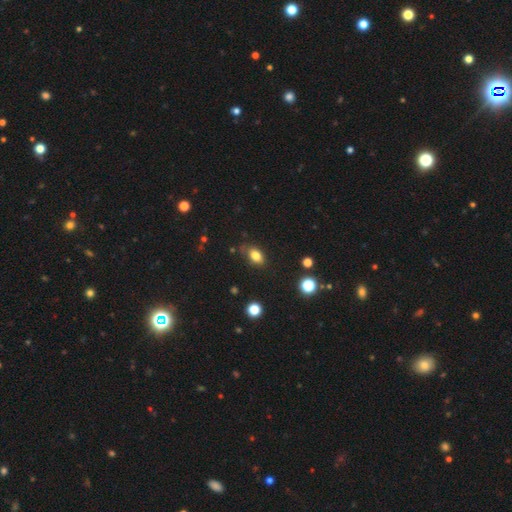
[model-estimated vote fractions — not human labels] Overall: smooth (81%). How rounded: in between (84%). Merging: none (74%).